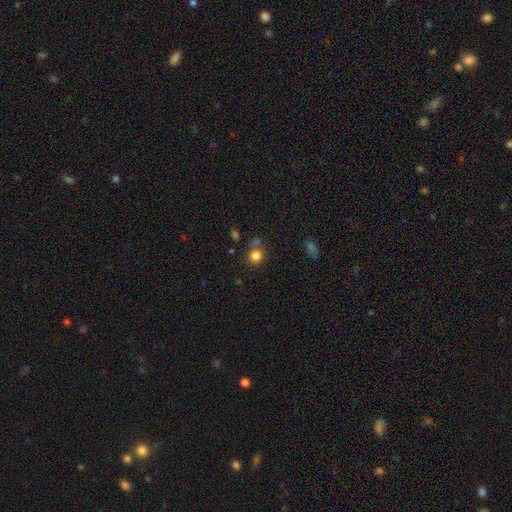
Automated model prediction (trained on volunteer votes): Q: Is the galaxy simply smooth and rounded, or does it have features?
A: smooth — 81%.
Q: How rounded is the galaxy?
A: round — 85%.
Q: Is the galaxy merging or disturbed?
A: none — 68%.